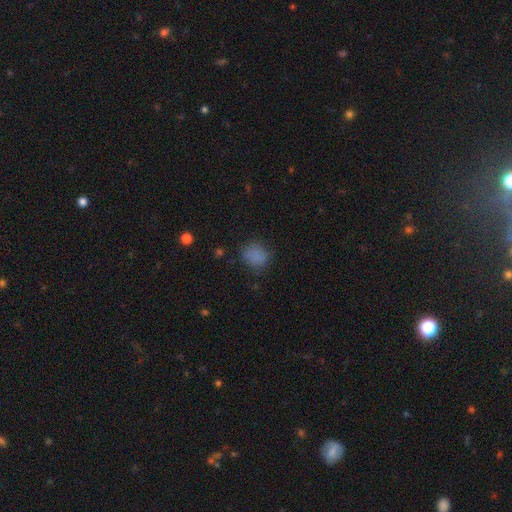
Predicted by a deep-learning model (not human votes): This appears to be a smooth galaxy with no disk features (80%) that is round (71%). Merging: none (74%).